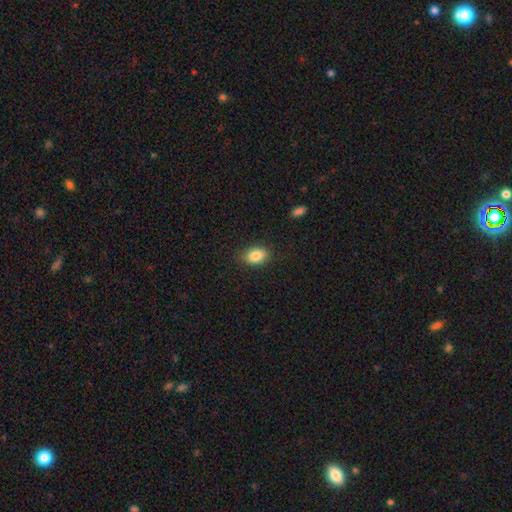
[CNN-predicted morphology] Q: Smooth or featured?
A: smooth (86%); runner-up: star or artifact (8%)
Q: How rounded?
A: in between (85%); runner-up: round (13%)
Q: Merging?
A: none (85%); runner-up: minor disturbance (11%)